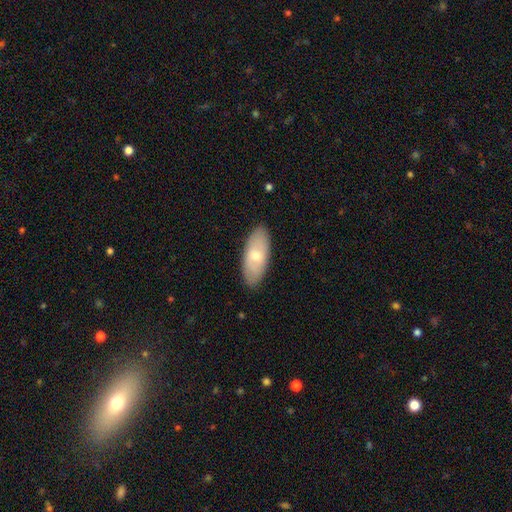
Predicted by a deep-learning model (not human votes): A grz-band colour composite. It shows a smooth galaxy with no disk features (61%) that is in between round and cigar-shaped (86%). Merging: none (87%).